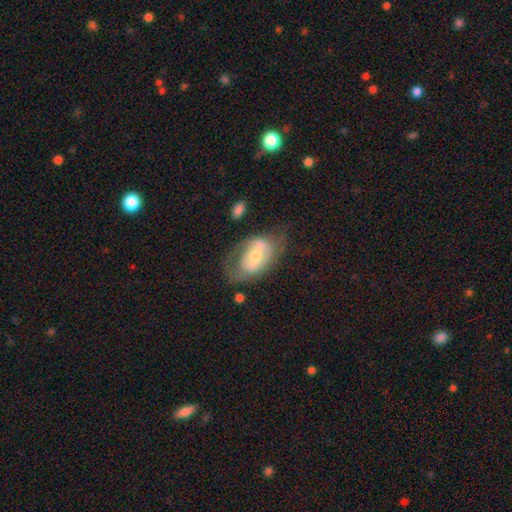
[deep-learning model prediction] Smooth or featured: featured or disk — 60% (smooth — 32%)
Edge-on disk: no — 94% (yes — 6%)
Bar: no — 40% (weak — 38%)
Spiral arms: yes — 56% (no — 44%)
Bulge size: moderate — 52% (small — 40%)
Merging: none — 47% (minor disturbance — 27%)